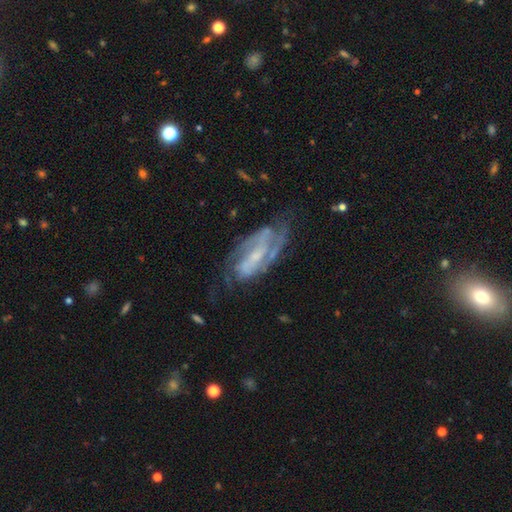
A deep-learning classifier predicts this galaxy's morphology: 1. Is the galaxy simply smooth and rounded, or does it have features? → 84% featured or disk, 10% smooth, 7% star or artifact.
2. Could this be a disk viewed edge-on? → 93% no, 7% yes.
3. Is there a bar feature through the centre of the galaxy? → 42% weak, 30% no, 29% strong.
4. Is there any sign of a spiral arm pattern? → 93% yes, 7% no.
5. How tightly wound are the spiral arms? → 43% medium (tied), 43% tight (tied), 14% loose.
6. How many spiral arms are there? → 60% 2, 20% can't tell, 10% 3, 4% 1, 3% 4, 3% more than 4.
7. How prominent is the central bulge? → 62% small, 23% moderate, 12% none, 2% large, 1% dominant.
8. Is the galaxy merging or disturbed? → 64% none, 21% minor disturbance, 14% major disturbance, 2% merger.